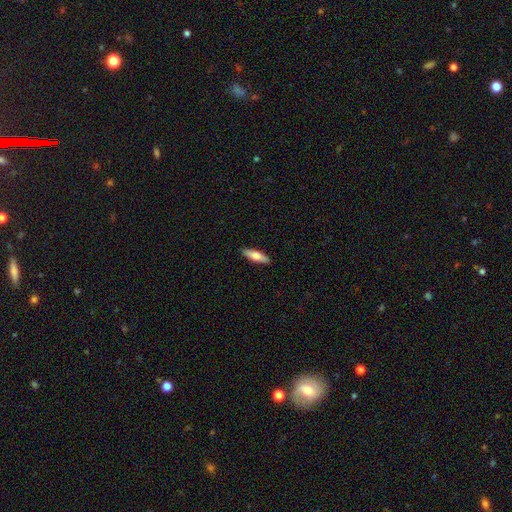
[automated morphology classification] smooth 68%, featured or disk 26%, star or artifact 5%. Down the decision tree: how rounded — cigar-shaped (56%); merging — none (90%).